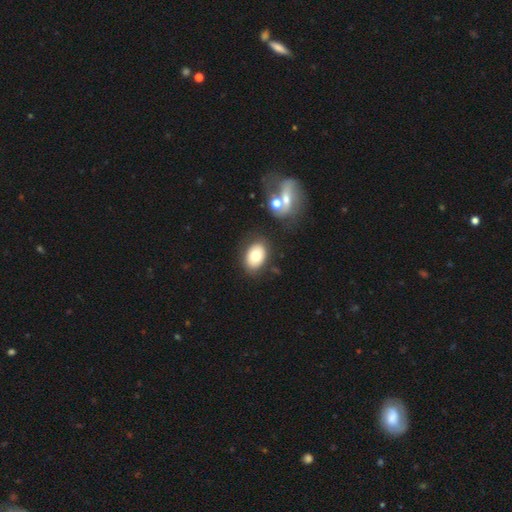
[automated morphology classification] Smooth or featured: smooth — 74% (featured or disk — 18%)
How rounded: in between — 80% (round — 19%)
Merging: none — 81% (minor disturbance — 11%)